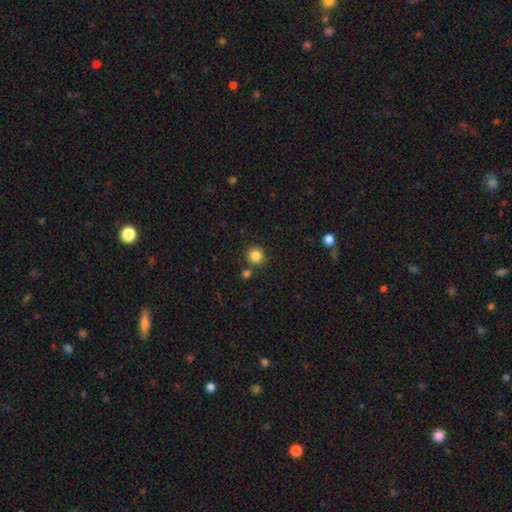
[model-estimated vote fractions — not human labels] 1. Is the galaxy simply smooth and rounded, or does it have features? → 85% smooth, 11% star or artifact, 4% featured or disk.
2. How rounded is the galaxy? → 91% round, 8% in between, 1% cigar-shaped.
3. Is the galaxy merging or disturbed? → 81% none, 9% merger, 8% minor disturbance, 3% major disturbance.